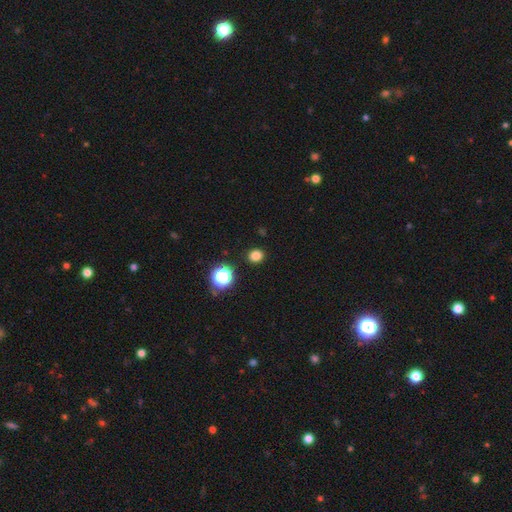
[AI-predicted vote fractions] smooth-or-featured: smooth: 80% | star or artifact: 16% | featured or disk: 4%
  how-rounded: round: 78% | in between: 21% | cigar-shaped: 1%
  merging: none: 91% | minor disturbance: 6% | major disturbance: 2% | merger: 1%